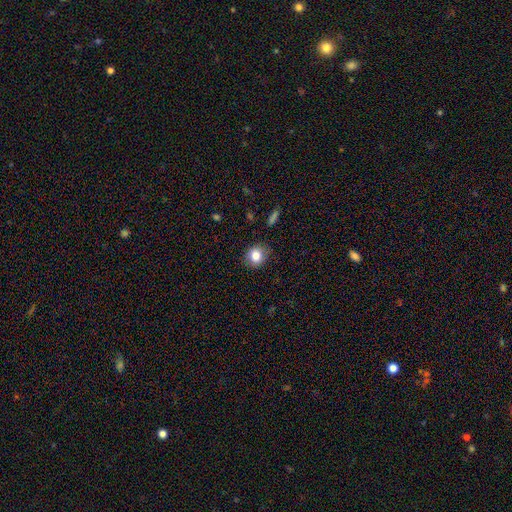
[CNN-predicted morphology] smooth_or_featured: smooth (p=0.82) [alt: star or artifact p=0.10]
how_rounded: round (p=0.71) [alt: in between p=0.28]
merging: none (p=0.85) [alt: minor disturbance p=0.12]